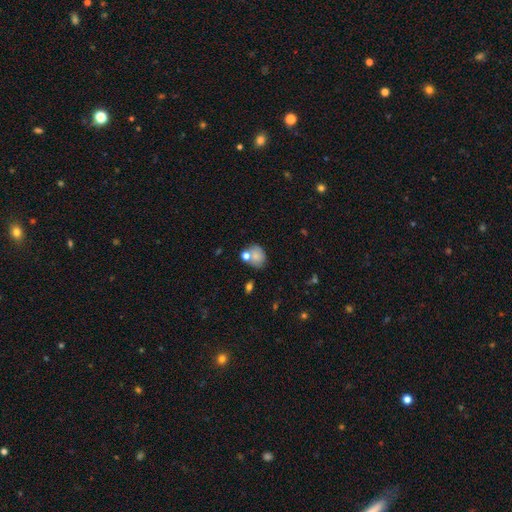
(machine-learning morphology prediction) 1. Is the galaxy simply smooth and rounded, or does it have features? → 74% smooth, 16% featured or disk, 10% star or artifact.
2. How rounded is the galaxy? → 57% round, 42% in between, 1% cigar-shaped.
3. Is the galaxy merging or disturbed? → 53% none, 22% merger, 18% minor disturbance, 6% major disturbance.